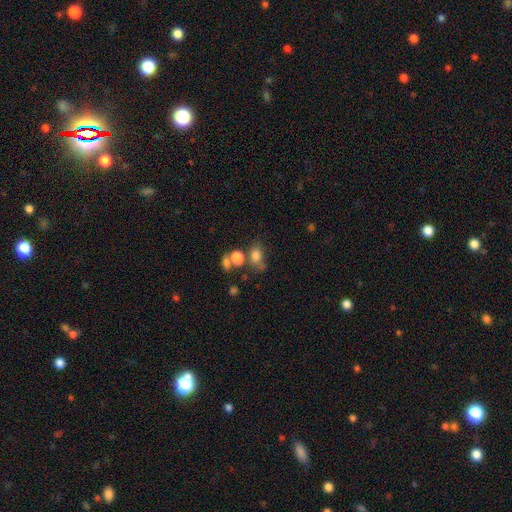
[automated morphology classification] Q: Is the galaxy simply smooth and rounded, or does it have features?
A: smooth — 77%.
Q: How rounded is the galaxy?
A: in between — 65%.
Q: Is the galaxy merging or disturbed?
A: none — 49%.